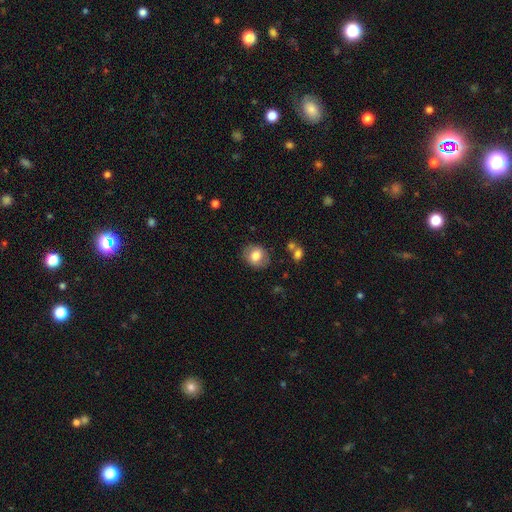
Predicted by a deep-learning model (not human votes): The model was most divided on "how rounded": round: 66%, in between: 33%, cigar-shaped: 1%. More confident: merging — none (81%); smooth or featured — smooth (77%).